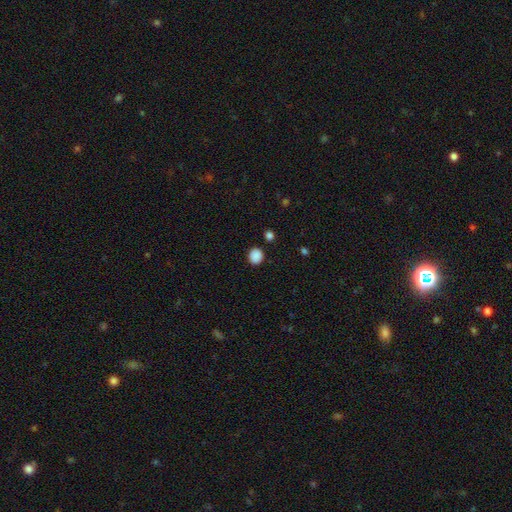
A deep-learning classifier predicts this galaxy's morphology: Overall: smooth (87%). How rounded: round (73%). Merging: none (87%).